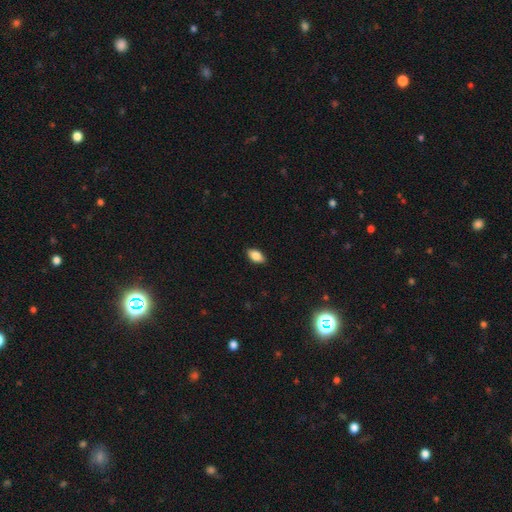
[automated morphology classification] Smooth or featured? smooth (85%)
How rounded? in between (91%)
Merging? none (88%)